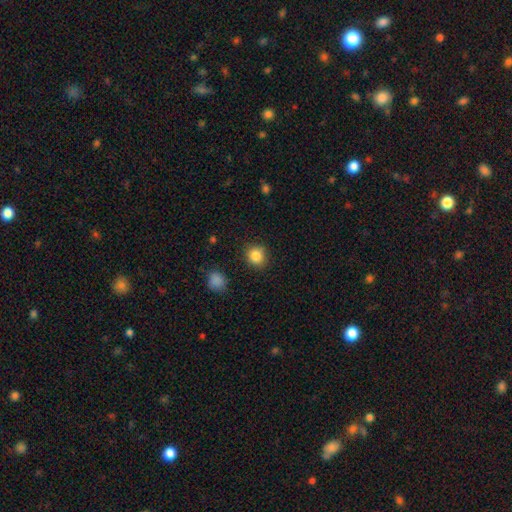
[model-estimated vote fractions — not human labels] A smooth galaxy with no disk features (85%) that is round (85%). Merging: none (87%).